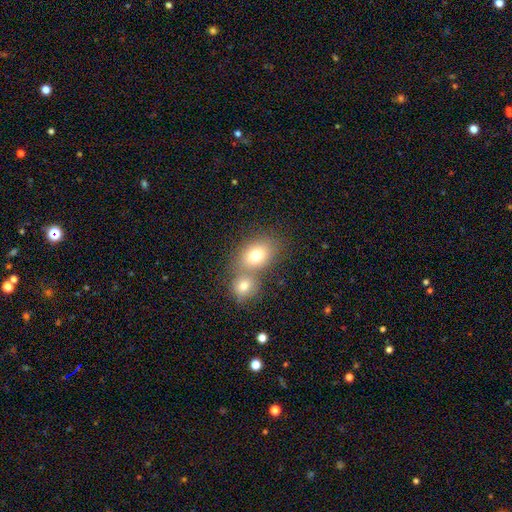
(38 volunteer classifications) smooth_or_featured: smooth (p=0.66) [alt: featured or disk p=0.26]
how_rounded: in between (p=0.60) [alt: round p=0.40]
merging: merger (p=0.66) [alt: none p=0.29]